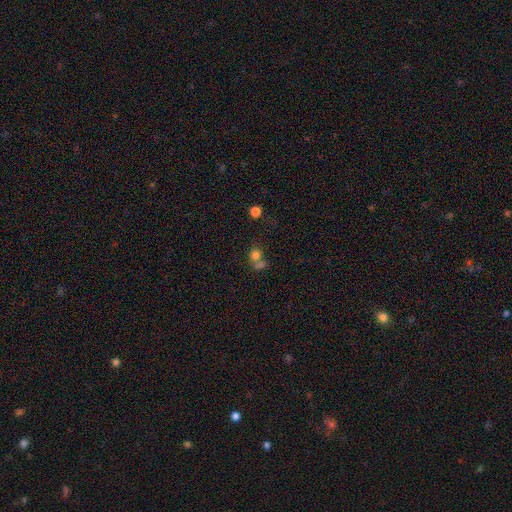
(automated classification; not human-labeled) A smooth galaxy with no disk features (75%) that is round (70%).

Vote fractions:
- Smooth or featured? smooth: 75% / star or artifact: 14% / featured or disk: 11%
- How rounded? round: 70% / in between: 29% / cigar-shaped: 1%
- Merging? merger: 48% / none: 38% / minor disturbance: 9% / major disturbance: 5%